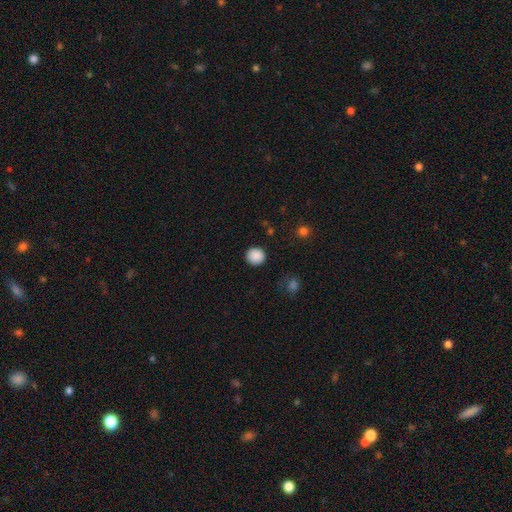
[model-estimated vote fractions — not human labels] Smooth or featured?
  - smooth: 88% *
  - star or artifact: 9%
  - featured or disk: 2%
How rounded?
  - round: 93% *
  - in between: 6%
  - cigar-shaped: 1%
Merging?
  - none: 91% *
  - minor disturbance: 6%
  - major disturbance: 2%
  - merger: 1%